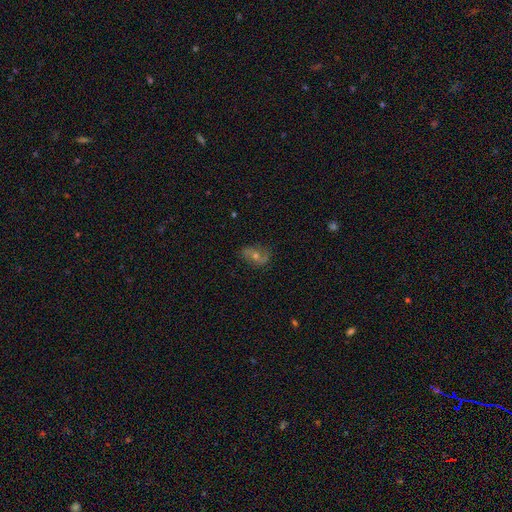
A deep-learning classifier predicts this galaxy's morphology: Q: Smooth or featured?
A: featured or disk (63%); runner-up: smooth (21%)
Q: Edge-on disk?
A: no (94%); runner-up: yes (6%)
Q: Bar?
A: no (54%); runner-up: weak (33%)
Q: Spiral arms?
A: yes (84%); runner-up: no (16%)
Q: Bulge size?
A: moderate (59%); runner-up: small (34%)
Q: Merging?
A: none (75%); runner-up: minor disturbance (16%)